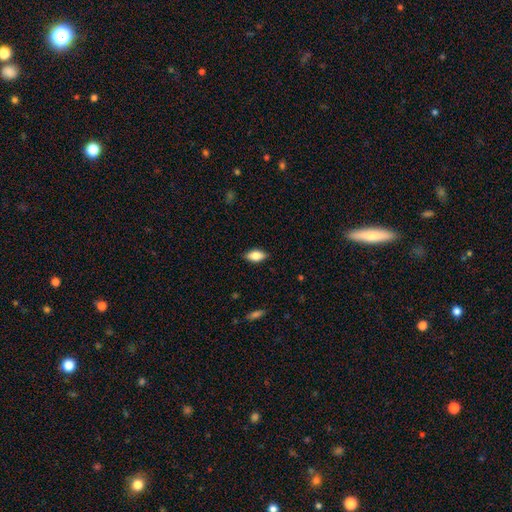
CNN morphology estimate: A smooth galaxy with no disk features (78%) that is in between round and cigar-shaped (89%).

Vote fractions:
- Smooth or featured? smooth: 78% / featured or disk: 15% / star or artifact: 7%
- How rounded? in between: 89% / cigar-shaped: 7% / round: 4%
- Merging? none: 87% / minor disturbance: 10% / major disturbance: 2% / merger: 1%